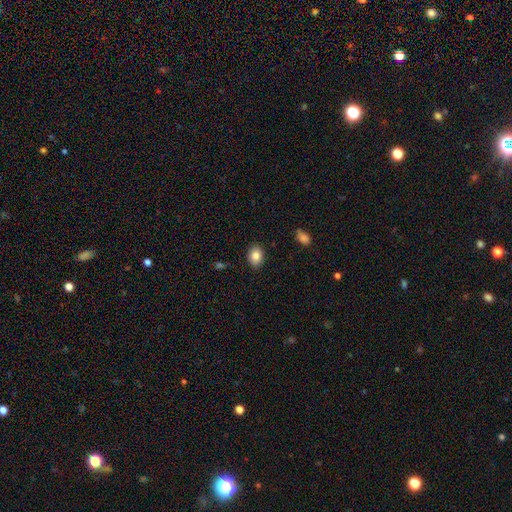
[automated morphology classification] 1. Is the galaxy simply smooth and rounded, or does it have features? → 85% smooth, 8% star or artifact, 7% featured or disk.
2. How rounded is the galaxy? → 63% in between, 36% round, 1% cigar-shaped.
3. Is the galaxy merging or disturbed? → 88% none, 9% minor disturbance, 2% major disturbance, 1% merger.